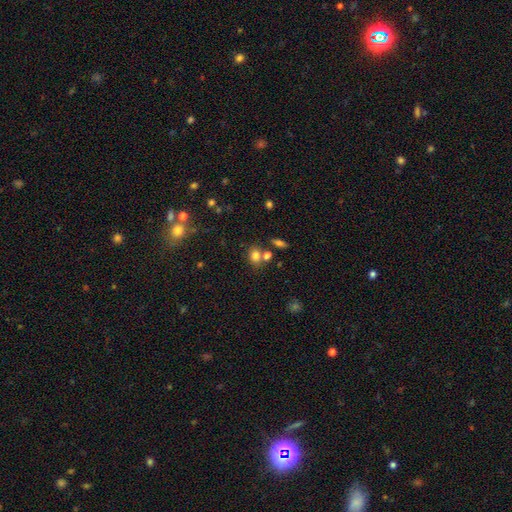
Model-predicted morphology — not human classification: type=smooth (77%); roundness=round (52%); merging=none (59%).